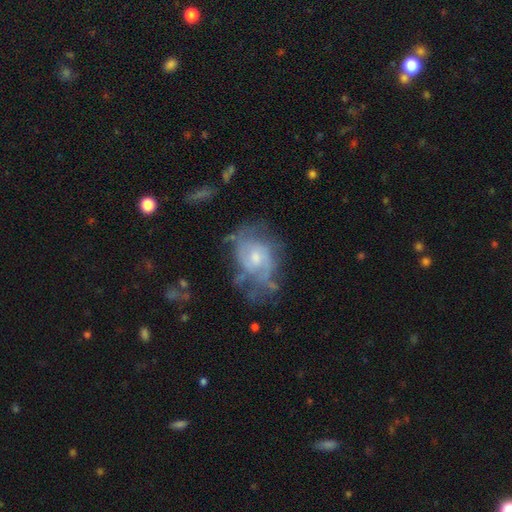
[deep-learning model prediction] A featured or disk galaxy (70%) with no bar (67%), medium (42%) spiral arms (74%) and a moderate central bulge (46%). Merging: none (48%).